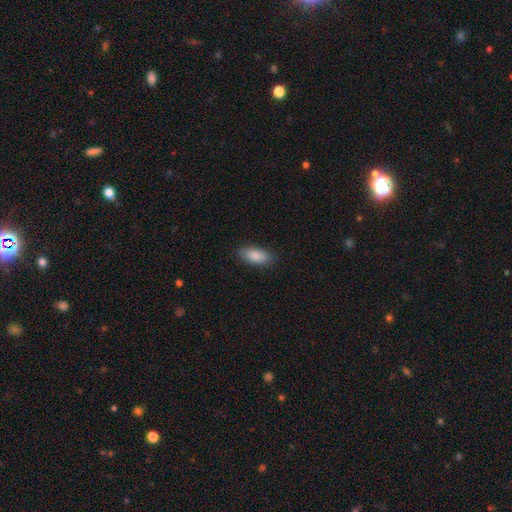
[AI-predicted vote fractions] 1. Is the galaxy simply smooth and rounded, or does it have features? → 88% smooth, 6% star or artifact, 5% featured or disk.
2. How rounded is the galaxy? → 89% in between, 9% cigar-shaped, 2% round.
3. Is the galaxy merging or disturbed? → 86% none, 11% minor disturbance, 2% major disturbance, 1% merger.